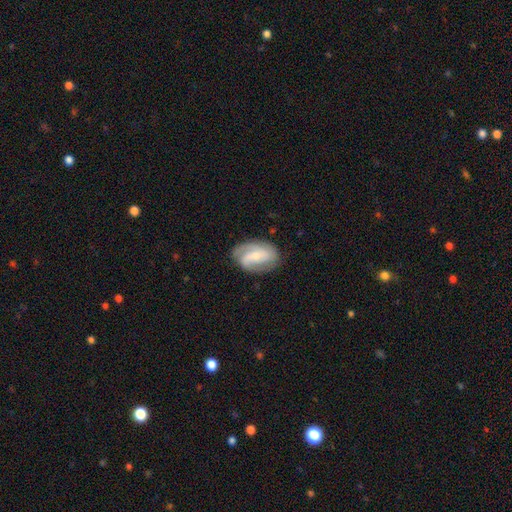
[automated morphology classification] Smooth or featured: featured or disk — 76% (smooth — 19%)
Edge-on disk: no — 96% (yes — 4%)
Bar: no — 41% (weak — 38%)
Spiral arms: yes — 94% (no — 6%)
Spiral winding: medium — 44% (tight — 33%)
Spiral arm count: 2 — 59% (3 — 16%)
Bulge size: small — 62% (moderate — 32%)
Merging: none — 72% (minor disturbance — 19%)